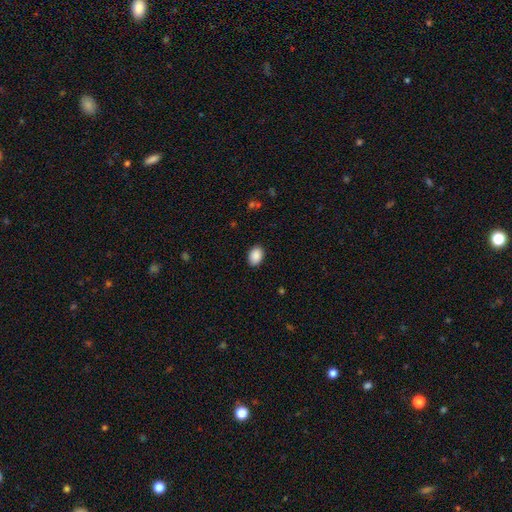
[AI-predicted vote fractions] The model was most divided on "how rounded": in between: 83%, round: 16%, cigar-shaped: 1%. More confident: smooth or featured — smooth (90%); merging — none (88%).